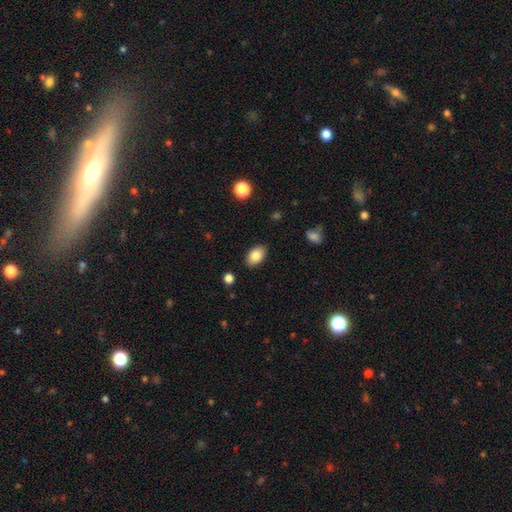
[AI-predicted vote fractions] A smooth galaxy with no disk features (84%) that is in between round and cigar-shaped (90%).

Vote fractions:
- Smooth or featured? smooth: 84% / featured or disk: 8% / star or artifact: 8%
- How rounded? in between: 90% / round: 9% / cigar-shaped: 1%
- Merging? none: 87% / minor disturbance: 10% / major disturbance: 2% / merger: 1%